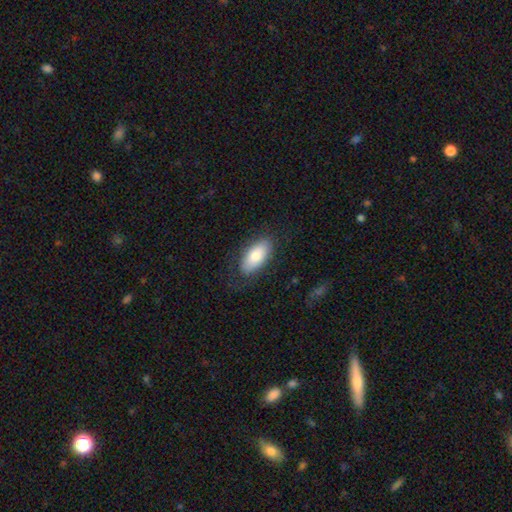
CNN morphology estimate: A smooth galaxy with no disk features (79%) that is in between round and cigar-shaped (91%). Merging: none (79%).